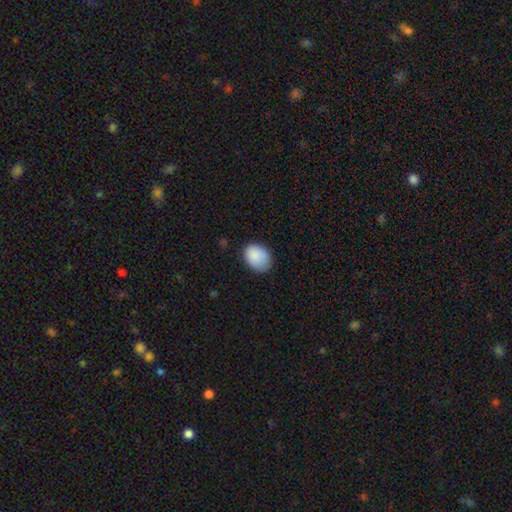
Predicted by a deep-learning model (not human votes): smooth 88%, star or artifact 8%, featured or disk 5%. Down the decision tree: how rounded — in between (64%); merging — none (72%).